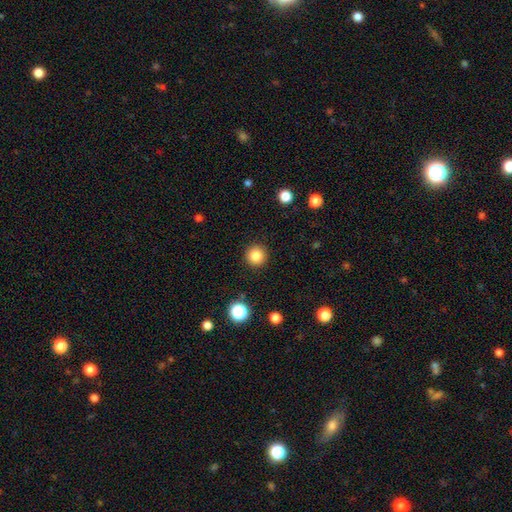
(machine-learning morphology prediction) A smooth galaxy with no disk features (84%) that is round (95%).

Vote fractions:
- Smooth or featured? smooth: 84% / star or artifact: 11% / featured or disk: 4%
- How rounded? round: 95% / in between: 4% / cigar-shaped: 1%
- Merging? none: 92% / minor disturbance: 5% / major disturbance: 2% / merger: 1%